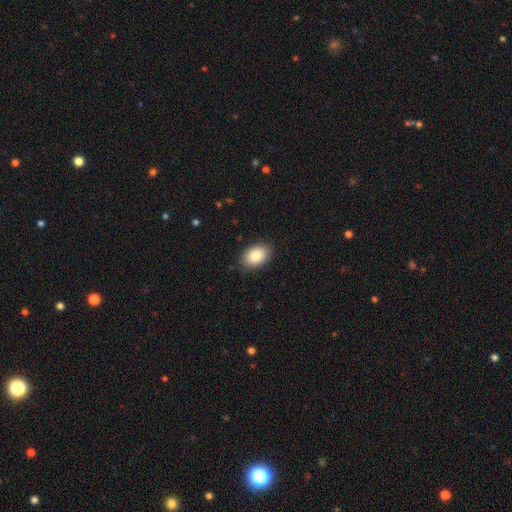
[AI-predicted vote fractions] Smooth or featured? Predicted: smooth (p=0.87). How rounded? Predicted: in between (p=0.87). Merging? Predicted: none (p=0.86).